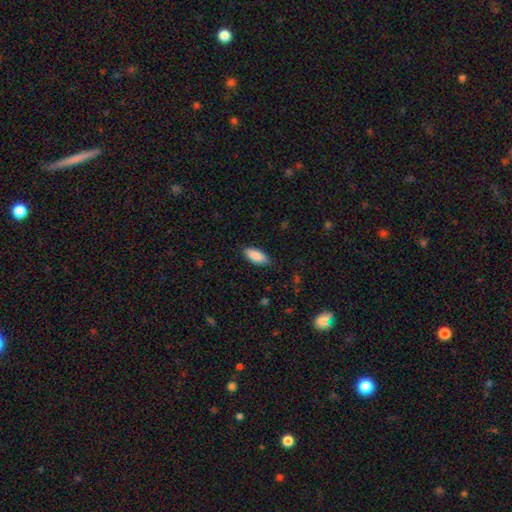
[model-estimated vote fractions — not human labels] smooth-or-featured: smooth: 88% | star or artifact: 6% | featured or disk: 6%
  how-rounded: in between: 83% | cigar-shaped: 15% | round: 2%
  merging: none: 85% | minor disturbance: 11% | major disturbance: 2% | merger: 1%